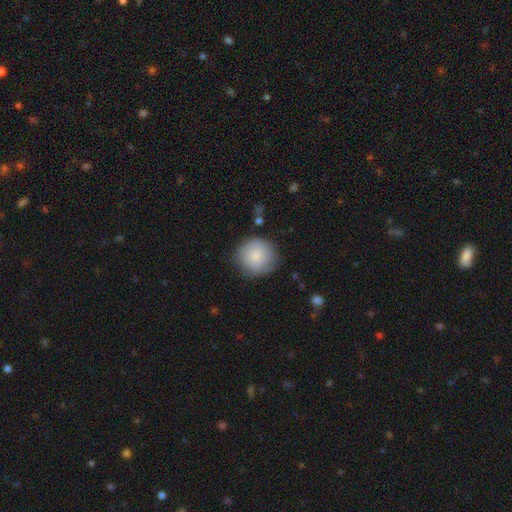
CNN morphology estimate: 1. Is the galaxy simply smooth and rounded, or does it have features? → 78% smooth, 15% featured or disk, 7% star or artifact.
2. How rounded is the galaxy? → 93% round, 6% in between, 1% cigar-shaped.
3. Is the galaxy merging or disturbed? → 79% none, 15% minor disturbance, 4% major disturbance, 2% merger.